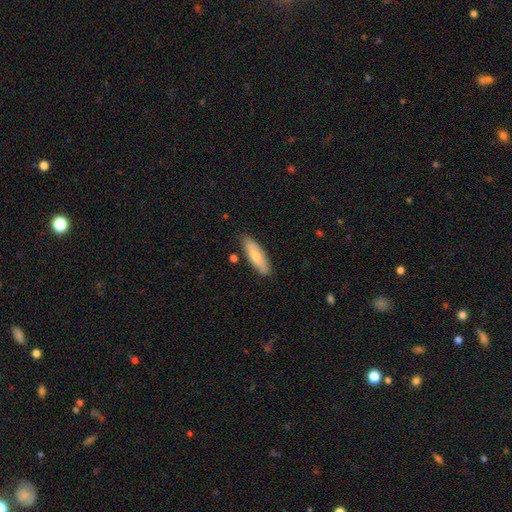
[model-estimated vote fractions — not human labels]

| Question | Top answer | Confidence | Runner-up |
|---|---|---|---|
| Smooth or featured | smooth | 71% | featured or disk (24%) |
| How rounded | in between | 52% | cigar-shaped (46%) |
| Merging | none | 83% | minor disturbance (13%) |